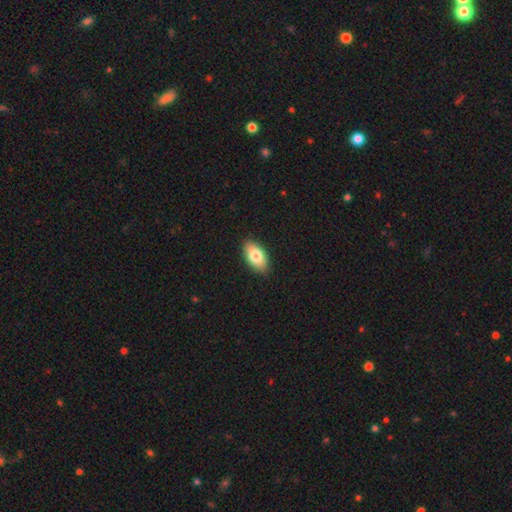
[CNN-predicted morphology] smooth_or_featured: smooth (p=0.80) [alt: featured or disk p=0.14]
how_rounded: in between (p=0.93) [alt: round p=0.04]
merging: none (p=0.88) [alt: minor disturbance p=0.09]